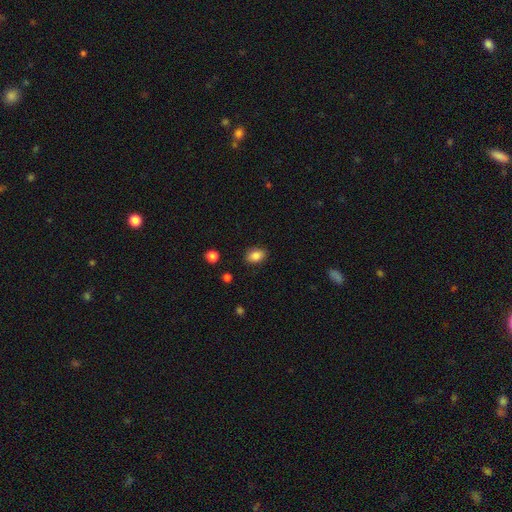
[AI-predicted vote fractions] Smooth or featured: smooth — 85% (star or artifact — 9%)
How rounded: in between — 79% (round — 20%)
Merging: none — 86% (minor disturbance — 10%)